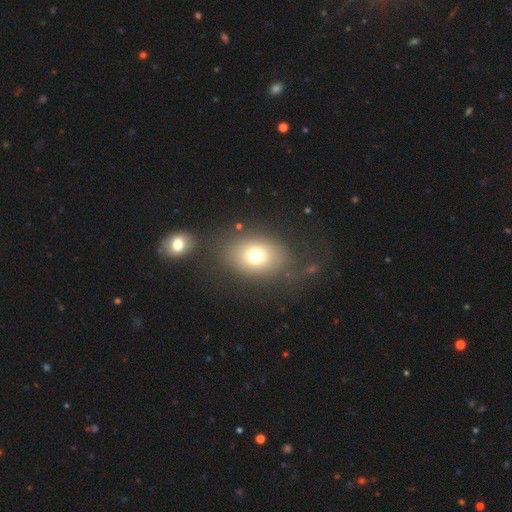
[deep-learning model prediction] Smooth or featured? Predicted: smooth (p=0.72). How rounded? Predicted: in between (p=0.62). Merging? Predicted: none (p=0.75).